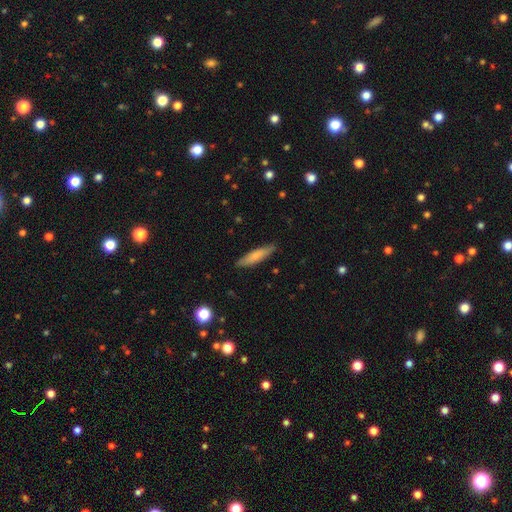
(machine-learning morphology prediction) A smooth galaxy with no disk features (75%) that is cigar-shaped (77%).

Vote fractions:
- Smooth or featured? smooth: 75% / featured or disk: 19% / star or artifact: 5%
- How rounded? cigar-shaped: 77% / in between: 22% / round: 1%
- Merging? none: 87% / minor disturbance: 10% / major disturbance: 2% / merger: 1%